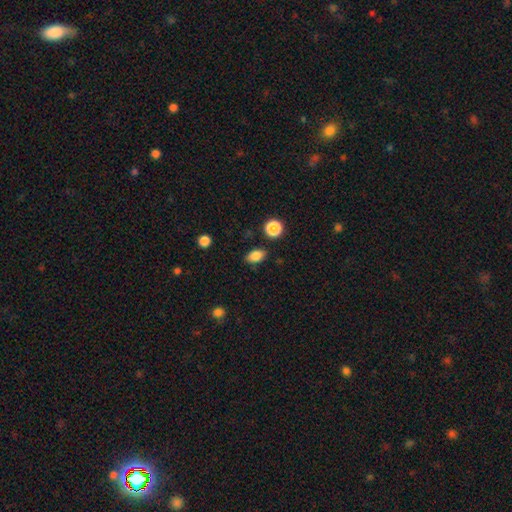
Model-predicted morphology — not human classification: Smooth or featured? smooth (84%)
How rounded? in between (83%)
Merging? none (84%)